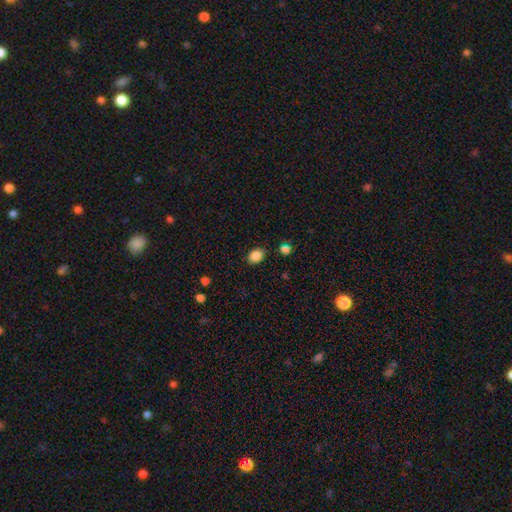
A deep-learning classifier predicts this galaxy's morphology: smooth-or-featured: smooth: 86% | star or artifact: 10% | featured or disk: 4%
  how-rounded: in between: 68% | round: 31% | cigar-shaped: 1%
  merging: none: 83% | minor disturbance: 12% | major disturbance: 3% | merger: 3%